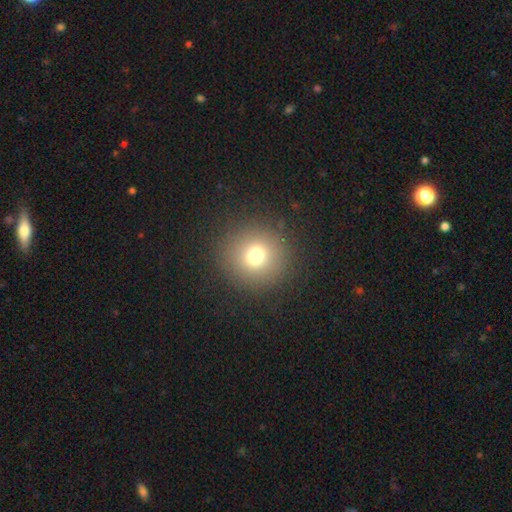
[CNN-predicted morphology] This appears to be a smooth galaxy with no disk features (73%) that is round (94%). Merging: none (89%).